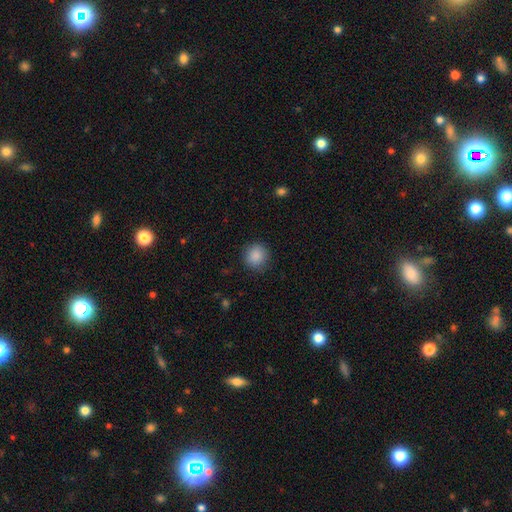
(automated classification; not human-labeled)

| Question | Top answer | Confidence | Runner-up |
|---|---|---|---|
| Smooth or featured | smooth | 88% | star or artifact (9%) |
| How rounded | round | 90% | in between (9%) |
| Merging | none | 88% | minor disturbance (8%) |